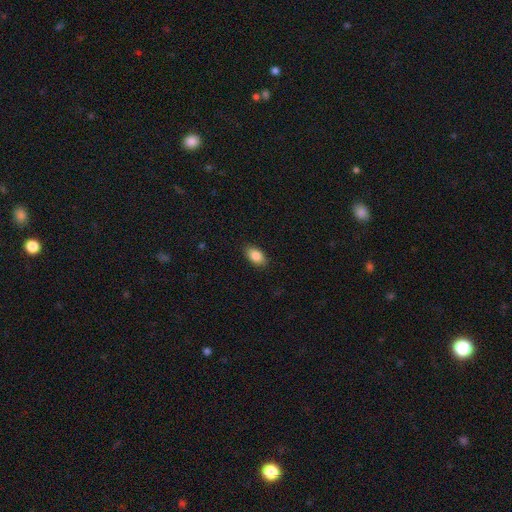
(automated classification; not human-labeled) Smooth or featured?
  - smooth: 86% *
  - star or artifact: 7%
  - featured or disk: 7%
How rounded?
  - in between: 92% *
  - round: 6%
  - cigar-shaped: 2%
Merging?
  - none: 88% *
  - minor disturbance: 9%
  - major disturbance: 2%
  - merger: 1%